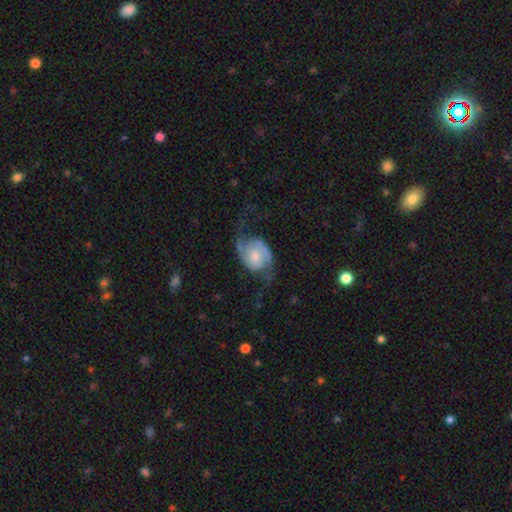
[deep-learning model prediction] Morphology: type=featured or disk (81%); edge-on=no (97%); bar=no (64%); spiral arms=yes (95%); winding=loose (56%); arm count=2 (92%); bulge=moderate (46%); merging=none (58%).